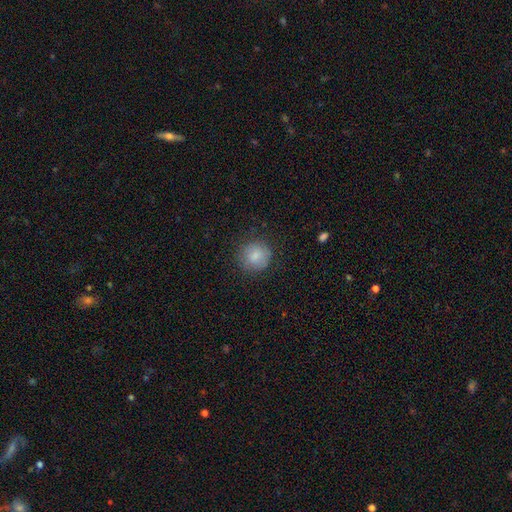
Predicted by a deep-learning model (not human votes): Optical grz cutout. It shows a smooth galaxy with no disk features (84%) that is round (91%). Merging: none (82%).